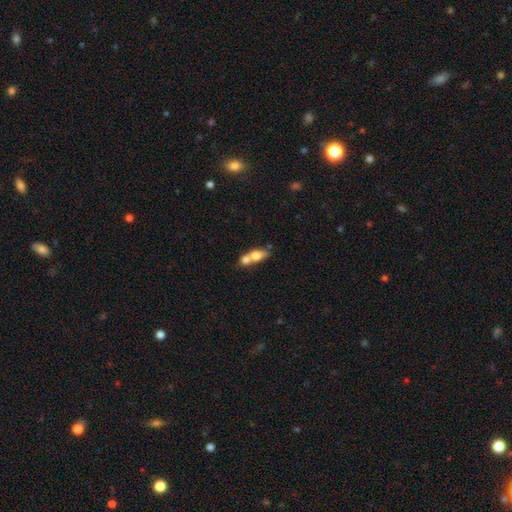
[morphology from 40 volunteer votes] smooth 65%, featured or disk 30%, star or artifact 5%. Down the decision tree: how rounded — in between (58%); merging — merger (71%).